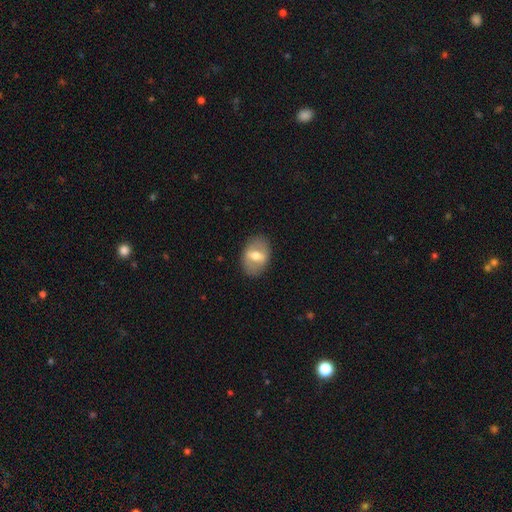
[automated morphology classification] Q: Smooth or featured?
A: featured or disk (49%); runner-up: smooth (44%)
Q: Merging?
A: none (84%); runner-up: minor disturbance (11%)